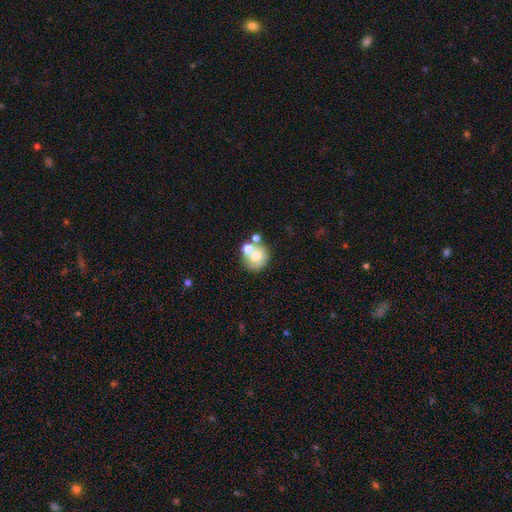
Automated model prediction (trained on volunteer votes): Smooth or featured? smooth (59%)
How rounded? round (76%)
Merging? none (44%)